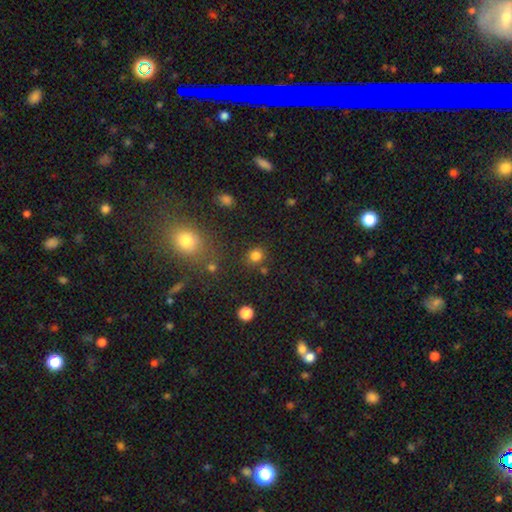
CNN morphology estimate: A smooth galaxy with no disk features (81%) that is round (86%). Merging: none (81%).